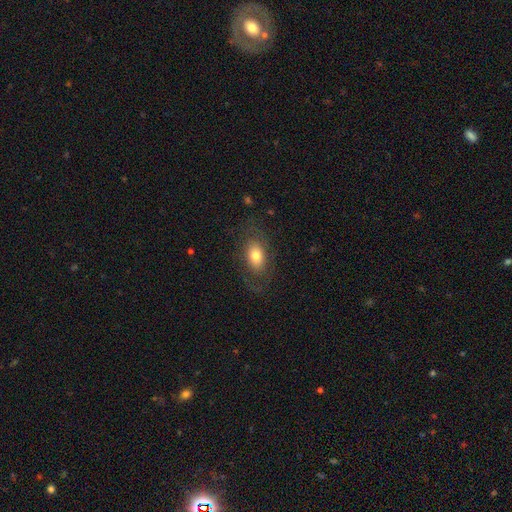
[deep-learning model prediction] smooth-or-featured: smooth: 64% | featured or disk: 28% | star or artifact: 8%
  how-rounded: in between: 86% | round: 12% | cigar-shaped: 3%
  merging: none: 71% | minor disturbance: 16% | major disturbance: 12% | merger: 1%